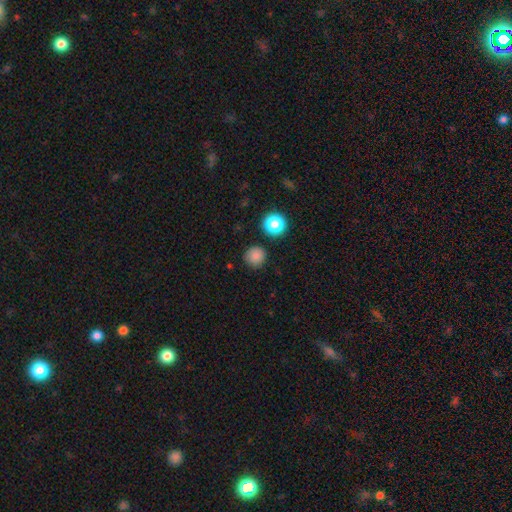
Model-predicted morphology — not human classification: This appears to be a smooth galaxy with no disk features (81%) that is round (93%). Merging: none (85%).